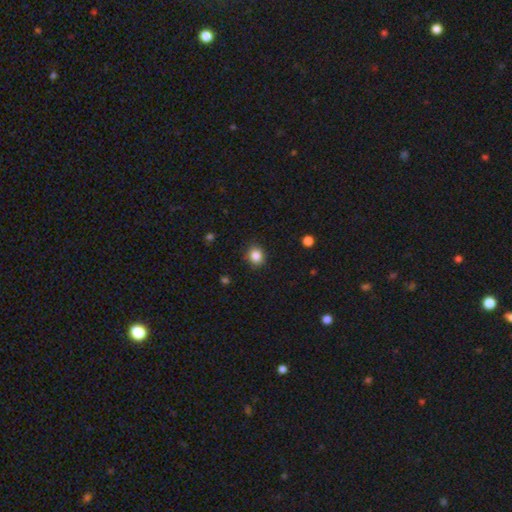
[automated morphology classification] Smooth or featured? Predicted: smooth (p=0.85). How rounded? Predicted: round (p=0.72). Merging? Predicted: none (p=0.87).